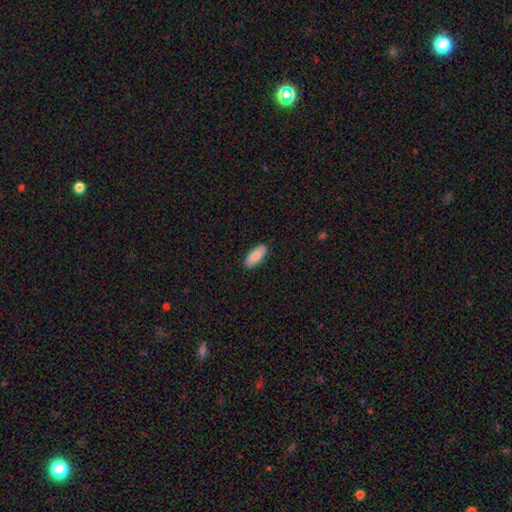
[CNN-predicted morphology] Smooth or featured?
  - smooth: 84% *
  - featured or disk: 11%
  - star or artifact: 6%
How rounded?
  - in between: 83% *
  - cigar-shaped: 15%
  - round: 2%
Merging?
  - none: 89% *
  - minor disturbance: 9%
  - major disturbance: 2%
  - merger: 1%